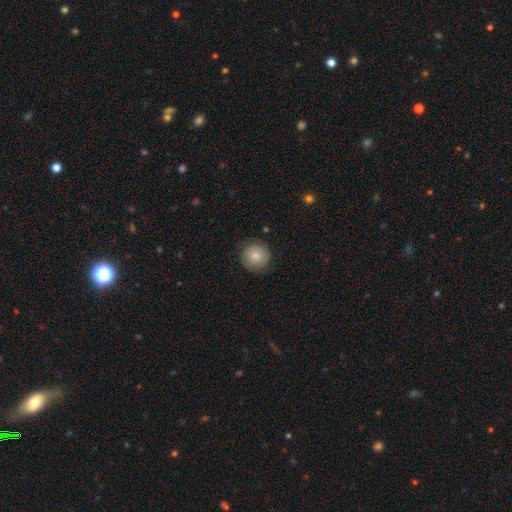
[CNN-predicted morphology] Smooth or featured?
  - smooth: 80% *
  - featured or disk: 12%
  - star or artifact: 8%
How rounded?
  - round: 94% *
  - in between: 5%
  - cigar-shaped: 1%
Merging?
  - none: 86% *
  - minor disturbance: 10%
  - major disturbance: 3%
  - merger: 1%